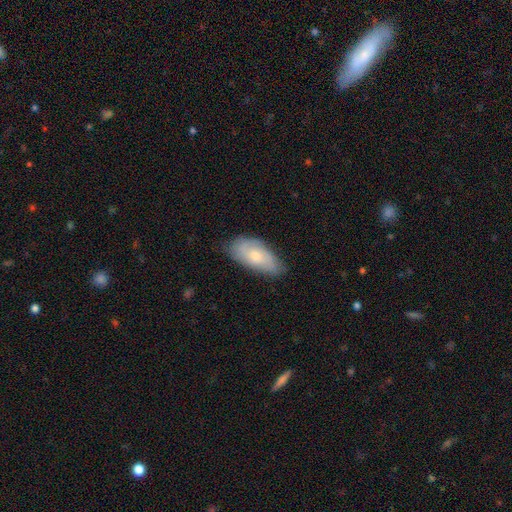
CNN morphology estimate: A smooth galaxy with no disk features (57%) that is in between round and cigar-shaped (89%). Merging: none (67%).